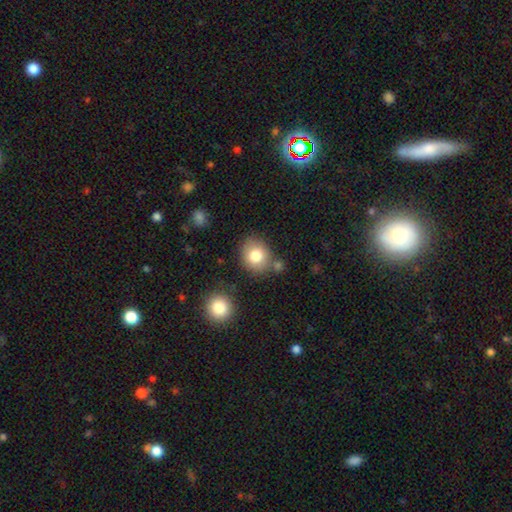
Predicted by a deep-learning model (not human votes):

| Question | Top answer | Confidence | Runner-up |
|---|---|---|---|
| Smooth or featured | smooth | 80% | featured or disk (11%) |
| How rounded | round | 70% | in between (29%) |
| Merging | none | 72% | minor disturbance (14%) |